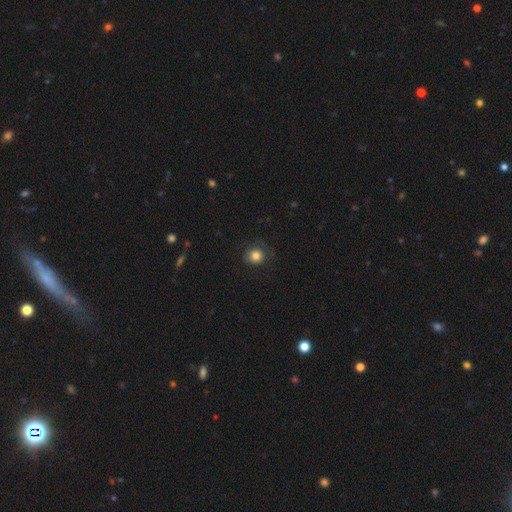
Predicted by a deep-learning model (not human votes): The model was most divided on "merging": none: 82%, minor disturbance: 12%, major disturbance: 5%, merger: 1%. More confident: how rounded — round (91%); smooth or featured — smooth (83%).